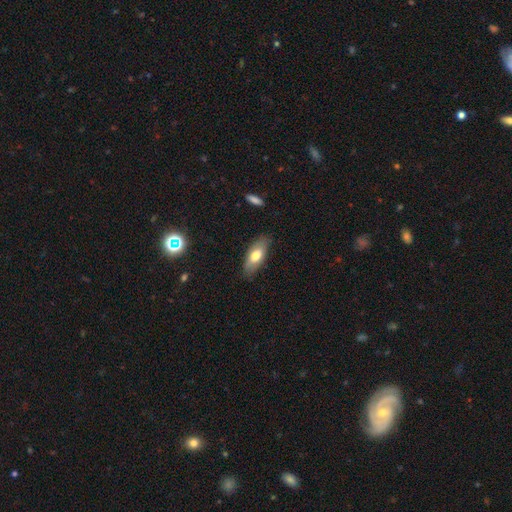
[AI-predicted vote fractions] smooth-or-featured: smooth: 67% | featured or disk: 27% | star or artifact: 6%
  how-rounded: in between: 81% | cigar-shaped: 16% | round: 2%
  merging: none: 81% | minor disturbance: 15% | major disturbance: 3% | merger: 1%